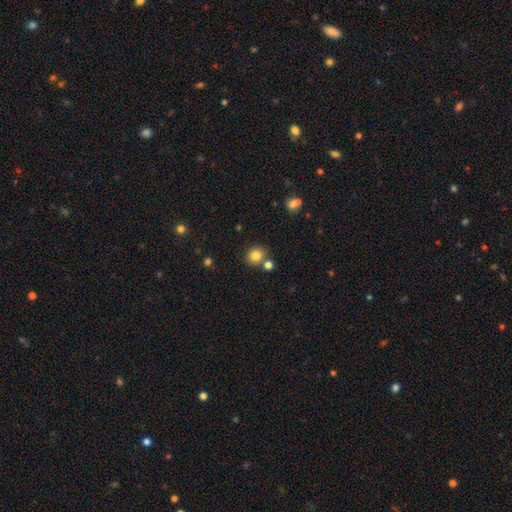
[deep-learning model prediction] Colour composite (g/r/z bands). It shows a smooth galaxy with no disk features (82%) that is round (86%). Merging: none (75%).